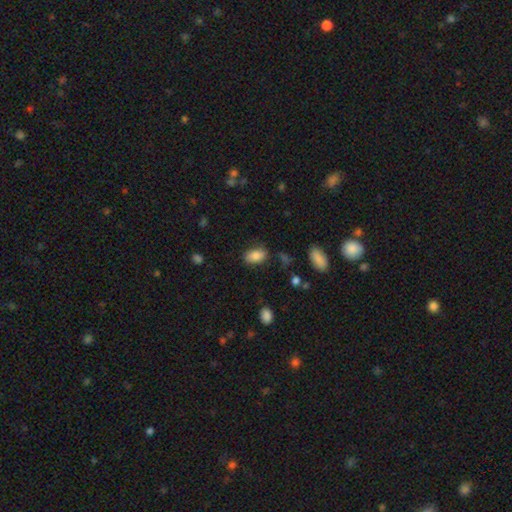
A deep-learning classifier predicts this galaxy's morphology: type=smooth (83%); roundness=in between (91%); merging=none (78%).